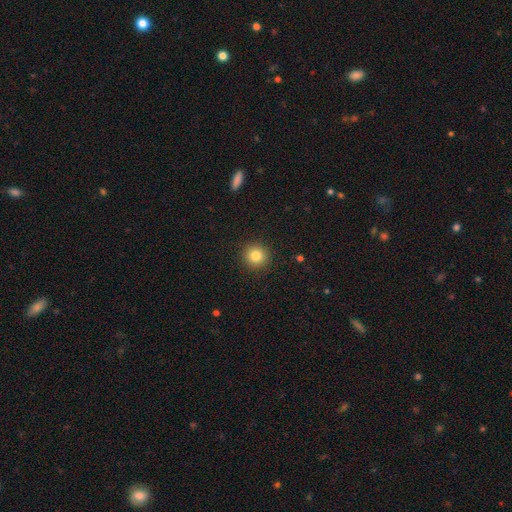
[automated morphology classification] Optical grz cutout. It shows a smooth galaxy with no disk features (83%) that is round (94%). Merging: none (92%).